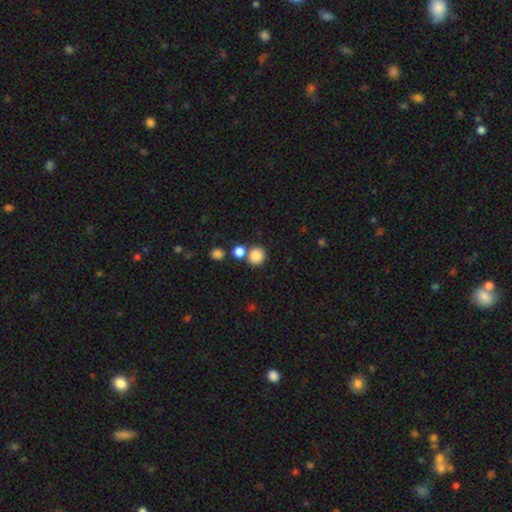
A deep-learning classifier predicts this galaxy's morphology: Smooth or featured? smooth (85%)
How rounded? round (86%)
Merging? none (68%)